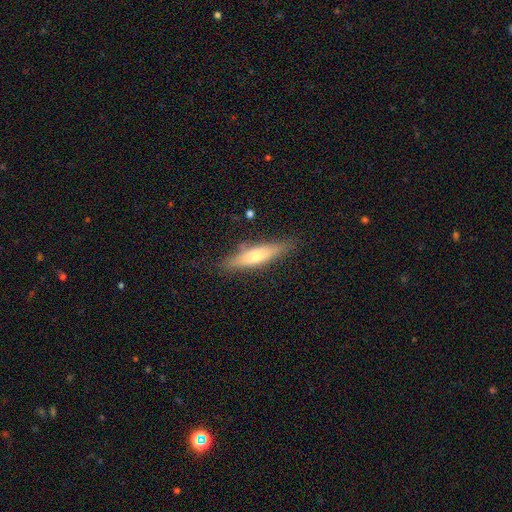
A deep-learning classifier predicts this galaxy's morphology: This is possibly a smooth galaxy (51%). How rounded: likely cigar-shaped (78%). Merging: clearly none (83%).